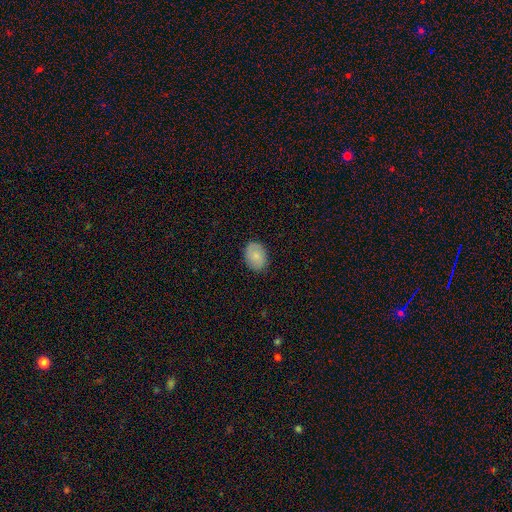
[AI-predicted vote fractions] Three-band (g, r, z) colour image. It shows a smooth galaxy with no disk features (84%) that is in between round and cigar-shaped (71%). Merging: none (87%).